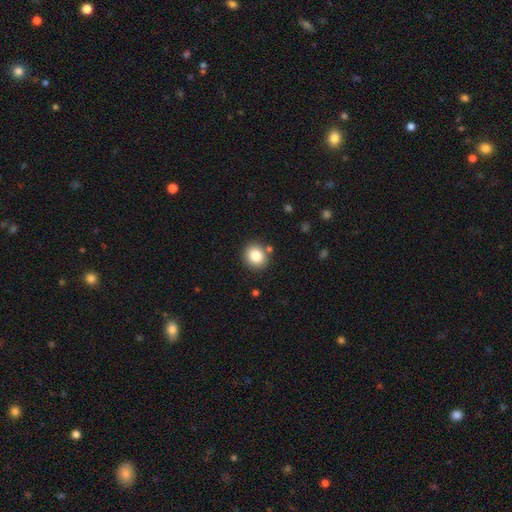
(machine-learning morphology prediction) Overall: smooth (84%). How rounded: round (78%). Merging: none (84%).